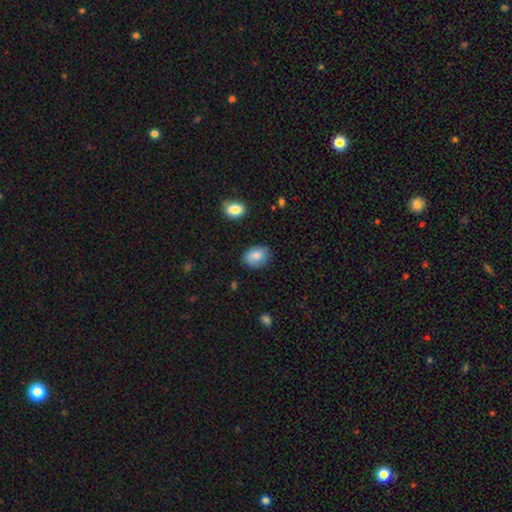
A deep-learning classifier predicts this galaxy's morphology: The model was most divided on "how rounded": in between: 74%, round: 25%, cigar-shaped: 1%. More confident: smooth or featured — smooth (84%); merging — none (77%).